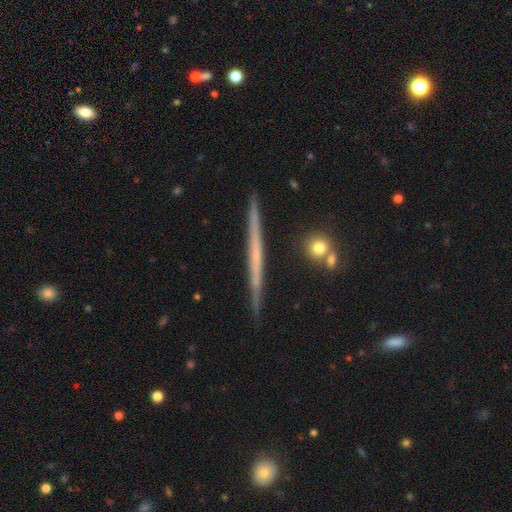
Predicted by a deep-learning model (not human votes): A featured or disk galaxy (62%) viewed edge-on (98%) with no central bulge (90%). Merging: none (90%).